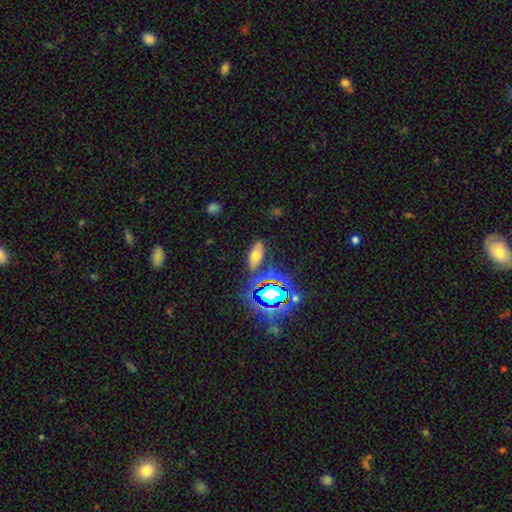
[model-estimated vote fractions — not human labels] smooth_or_featured: smooth (p=0.55) [alt: star or artifact p=0.24]
how_rounded: in between (p=0.78) [alt: cigar-shaped p=0.16]
merging: none (p=0.78) [alt: minor disturbance p=0.12]